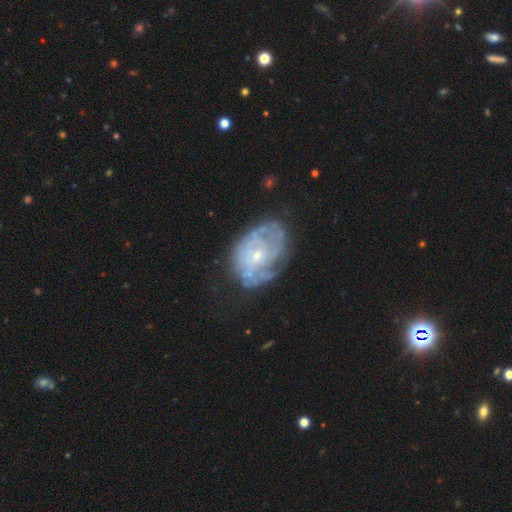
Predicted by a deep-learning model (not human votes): A featured or disk galaxy (76%) with no bar (78%), tight (61%) spiral arms (77%) and a small central bulge (67%).

Vote fractions:
- Smooth or featured? featured or disk: 76% / smooth: 17% / star or artifact: 7%
- Edge-on disk? no: 97% / yes: 3%
- Bar? no: 78% / weak: 19% / strong: 3%
- Spiral arms? yes: 77% / no: 23%
- Spiral winding? tight: 61% / medium: 28% / loose: 11%
- Spiral arm count? can't tell: 54% / 2: 18% / 3: 12% / 4: 7% / 1: 6% / more than 4: 4%
- Bulge size? small: 67% / moderate: 29% / none: 2% / large: 1% / dominant: 1%
- Merging? none: 56% / minor disturbance: 25% / major disturbance: 16% / merger: 3%